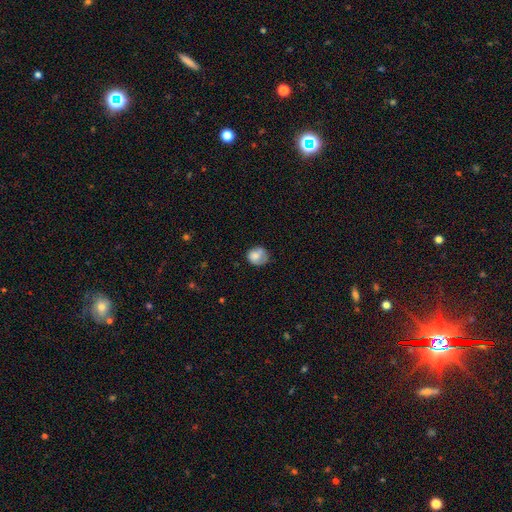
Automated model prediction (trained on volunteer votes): smooth_or_featured: smooth (p=0.76) [alt: featured or disk p=0.16]
how_rounded: round (p=0.72) [alt: in between p=0.27]
merging: none (p=0.52) [alt: minor disturbance p=0.32]